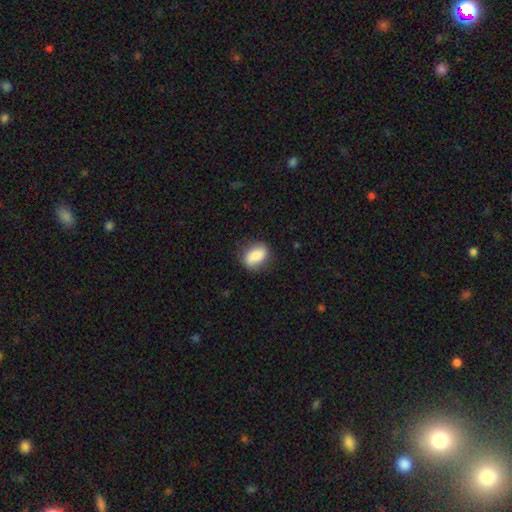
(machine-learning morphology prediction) smooth-or-featured: smooth: 82% | featured or disk: 11% | star or artifact: 7%
  how-rounded: in between: 79% | round: 19% | cigar-shaped: 2%
  merging: none: 78% | minor disturbance: 16% | major disturbance: 4% | merger: 1%